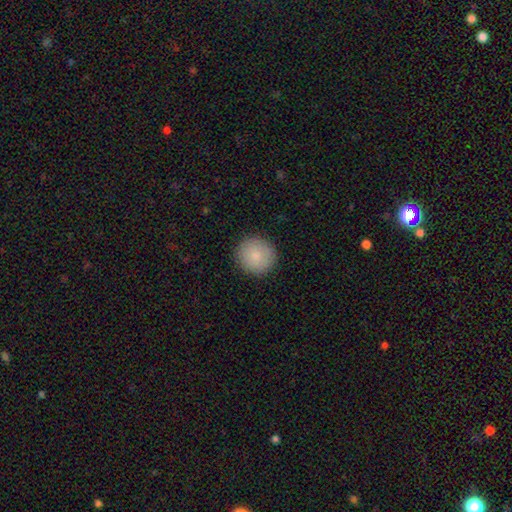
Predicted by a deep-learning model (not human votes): A smooth galaxy with no disk features (86%) that is round (93%).

Vote fractions:
- Smooth or featured? smooth: 86% / star or artifact: 7% / featured or disk: 7%
- How rounded? round: 93% / in between: 6% / cigar-shaped: 1%
- Merging? none: 90% / minor disturbance: 7% / major disturbance: 2% / merger: 1%